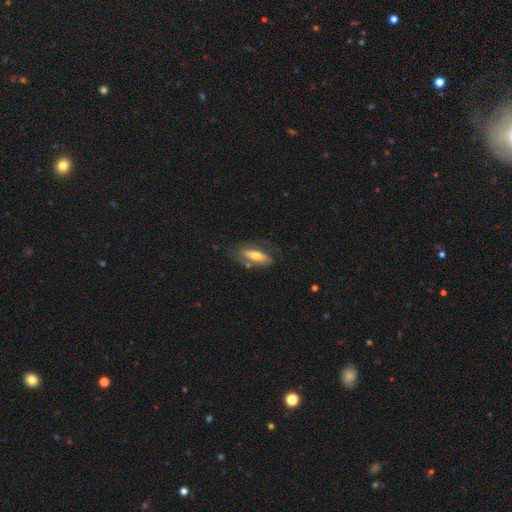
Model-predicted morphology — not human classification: Q: Smooth or featured?
A: smooth (48%); runner-up: featured or disk (46%)
Q: Merging?
A: none (61%); runner-up: minor disturbance (22%)